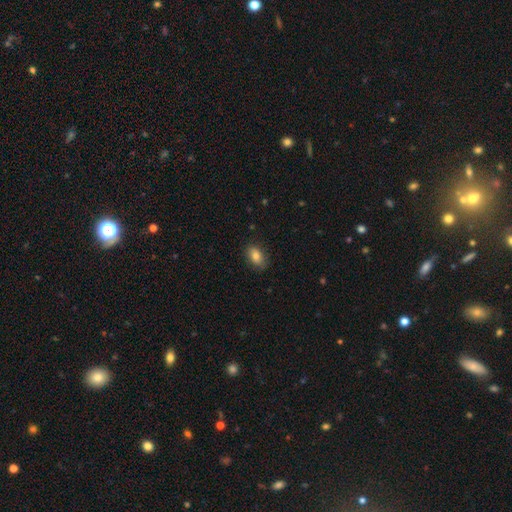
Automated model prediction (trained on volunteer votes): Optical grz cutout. It shows a smooth galaxy with no disk features (82%) that is in between round and cigar-shaped (88%). Merging: none (81%).